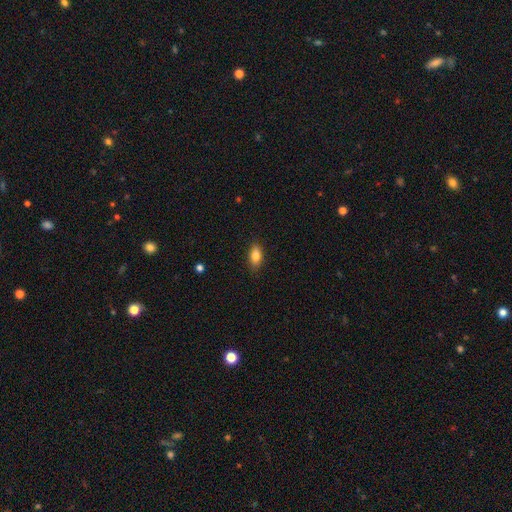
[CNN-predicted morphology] Smooth or featured? smooth (81%)
How rounded? in between (85%)
Merging? none (86%)